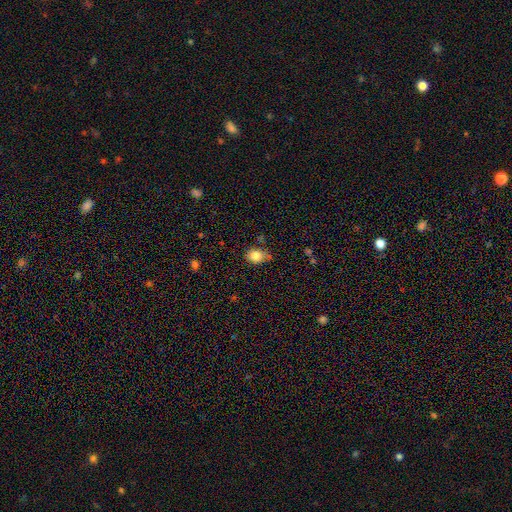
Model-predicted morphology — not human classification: Smooth or featured?
  - smooth: 83% *
  - star or artifact: 9%
  - featured or disk: 8%
How rounded?
  - in between: 57% *
  - round: 41%
  - cigar-shaped: 1%
Merging?
  - none: 61% *
  - minor disturbance: 28%
  - major disturbance: 6%
  - merger: 5%